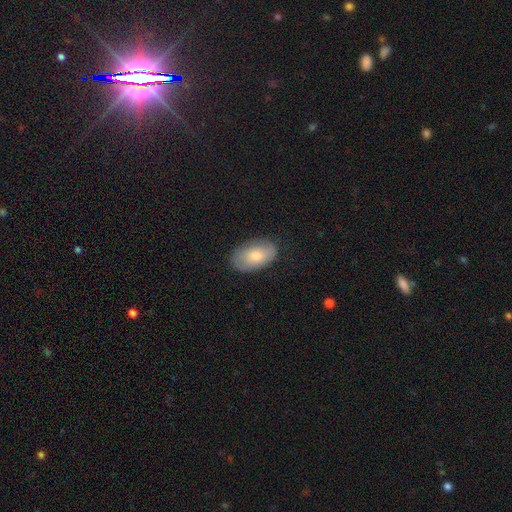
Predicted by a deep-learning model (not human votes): Q: Smooth or featured?
A: smooth (70%); runner-up: featured or disk (24%)
Q: How rounded?
A: in between (93%); runner-up: round (6%)
Q: Merging?
A: none (81%); runner-up: minor disturbance (14%)